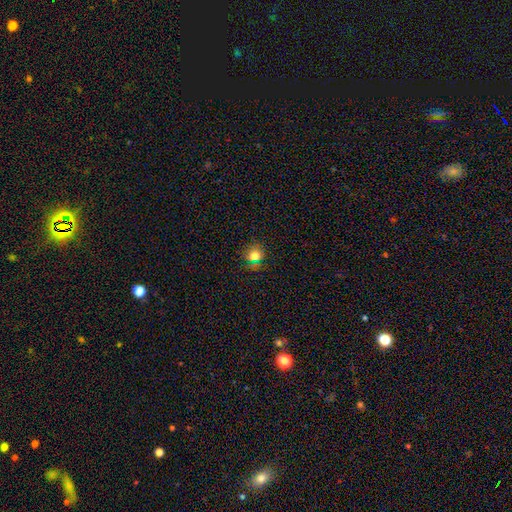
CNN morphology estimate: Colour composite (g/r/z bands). It shows a smooth galaxy with no disk features (73%) that is round (88%). Merging: none (85%).